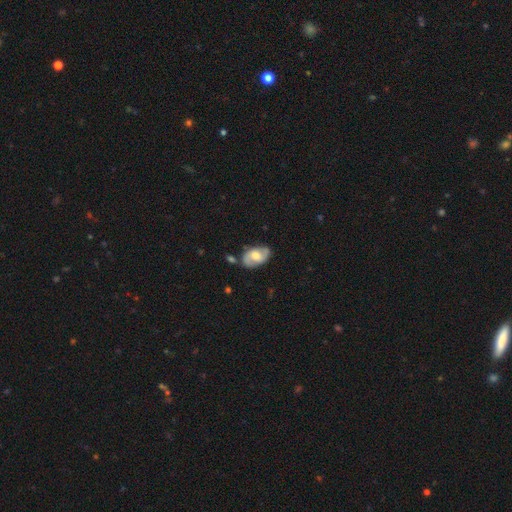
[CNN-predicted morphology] smooth_or_featured: featured or disk (p=0.60) [alt: smooth p=0.34]
disk_edge_on: no (p=0.95) [alt: yes p=0.05]
bar: no (p=0.49) [alt: weak p=0.41]
has_spiral_arms: yes (p=0.83) [alt: no p=0.17]
bulge_size: moderate (p=0.62) [alt: large p=0.17]
merging: none (p=0.73) [alt: minor disturbance p=0.18]